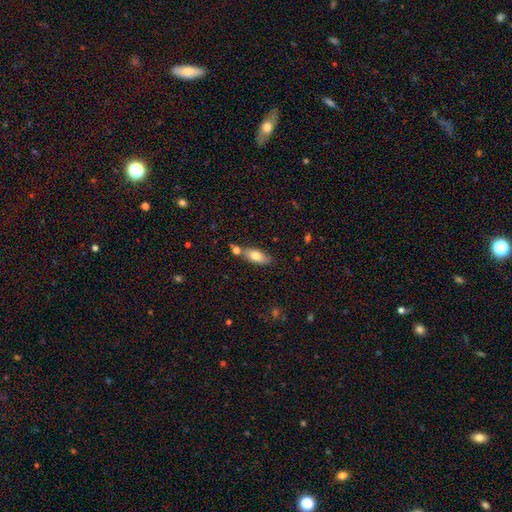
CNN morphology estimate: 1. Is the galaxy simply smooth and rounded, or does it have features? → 75% smooth, 18% featured or disk, 7% star or artifact.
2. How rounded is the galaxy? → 83% in between, 14% cigar-shaped, 3% round.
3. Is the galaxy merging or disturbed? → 68% none, 14% merger, 14% minor disturbance, 3% major disturbance.